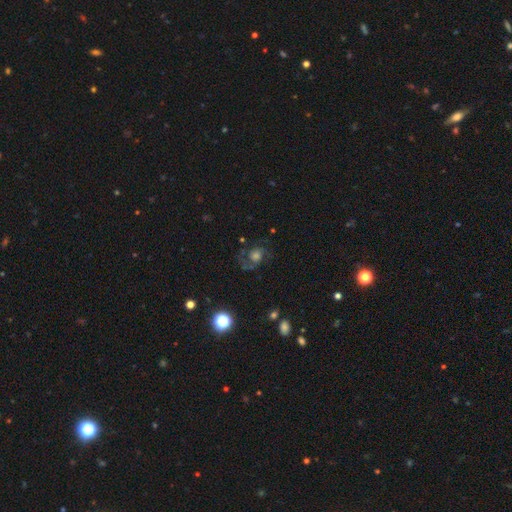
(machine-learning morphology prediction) A featured or disk galaxy (63%) with no bar (71%), 2 (74%) medium (52%) spiral arms (88%) and a moderate central bulge (41%). Merging: none (66%).